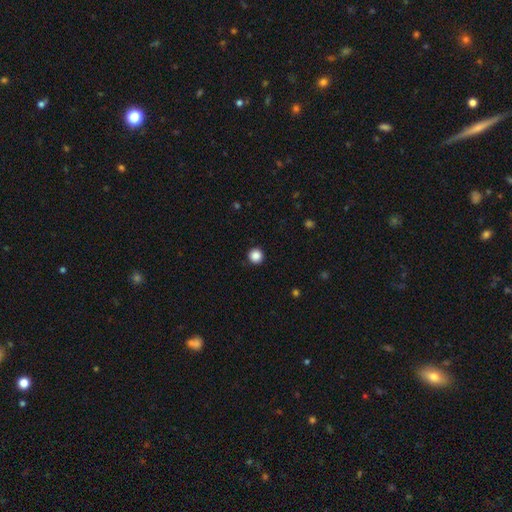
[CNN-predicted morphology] A smooth galaxy with no disk features (87%) that is round (96%). Merging: none (93%).